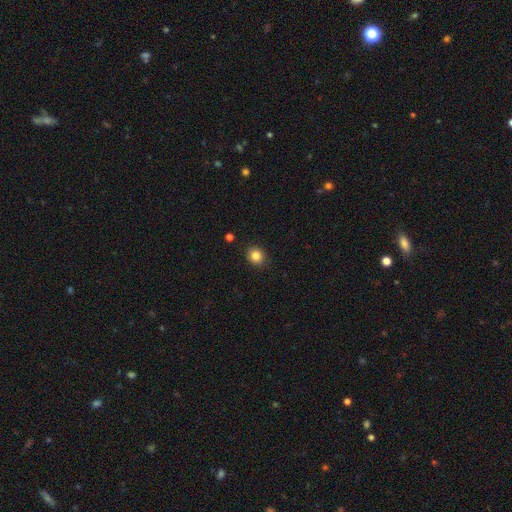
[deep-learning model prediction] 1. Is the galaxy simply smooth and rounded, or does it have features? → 84% smooth, 11% star or artifact, 5% featured or disk.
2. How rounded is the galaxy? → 80% round, 19% in between, 1% cigar-shaped.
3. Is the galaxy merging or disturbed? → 90% none, 7% minor disturbance, 2% major disturbance, 1% merger.